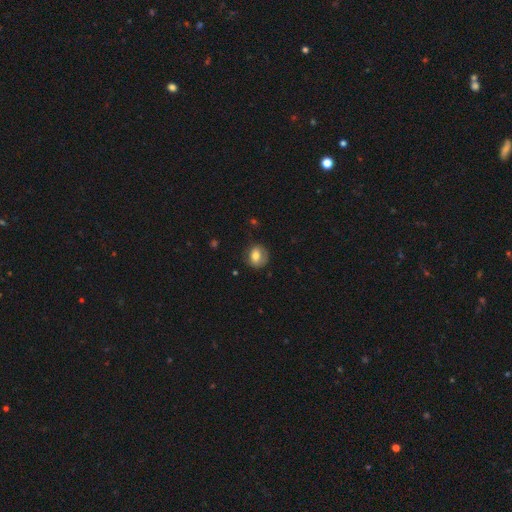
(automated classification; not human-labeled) Smooth or featured? smooth (74%)
How rounded? round (60%)
Merging? none (66%)